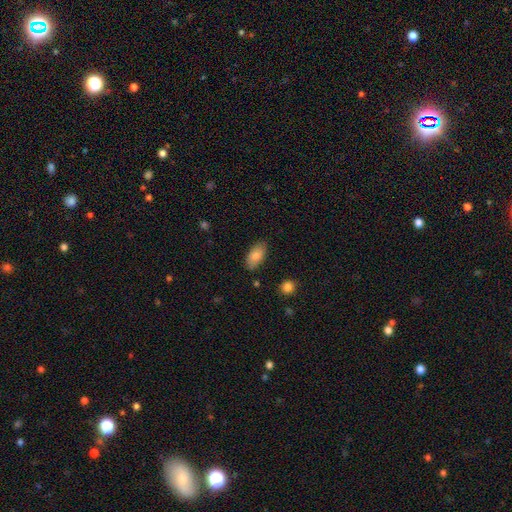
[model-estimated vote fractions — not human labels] smooth-or-featured: smooth: 82% | featured or disk: 11% | star or artifact: 7%
  how-rounded: in between: 92% | cigar-shaped: 6% | round: 3%
  merging: none: 84% | minor disturbance: 12% | major disturbance: 3% | merger: 2%